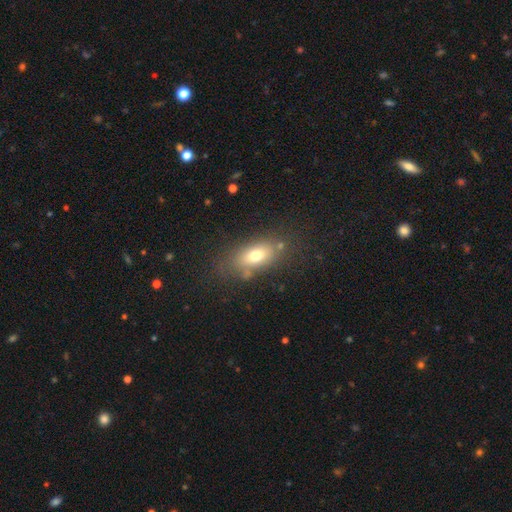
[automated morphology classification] The model was most divided on "smooth or featured": smooth: 72%, featured or disk: 18%, star or artifact: 10%. More confident: how rounded — in between (82%); merging — none (73%).